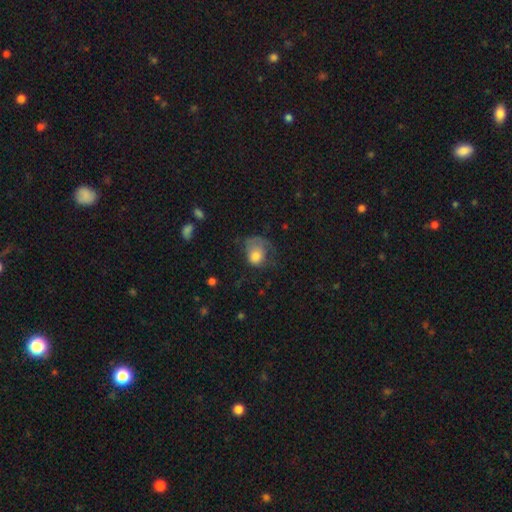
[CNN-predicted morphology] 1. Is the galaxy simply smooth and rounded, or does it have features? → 69% smooth, 23% featured or disk, 8% star or artifact.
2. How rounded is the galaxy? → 53% round, 46% in between, 1% cigar-shaped.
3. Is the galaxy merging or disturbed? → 46% major disturbance, 26% none, 26% minor disturbance, 2% merger.